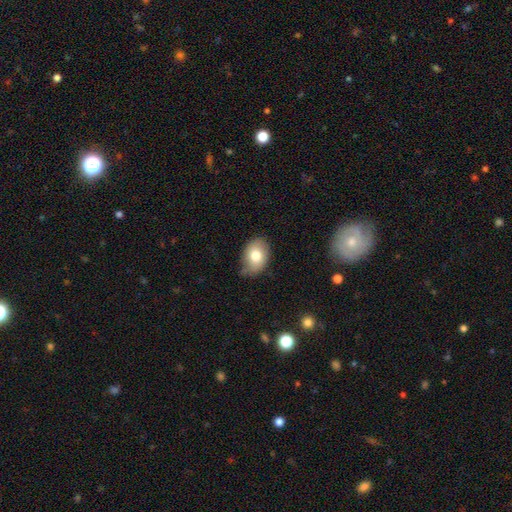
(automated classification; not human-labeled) Smooth or featured? smooth (77%)
How rounded? in between (80%)
Merging? none (67%)